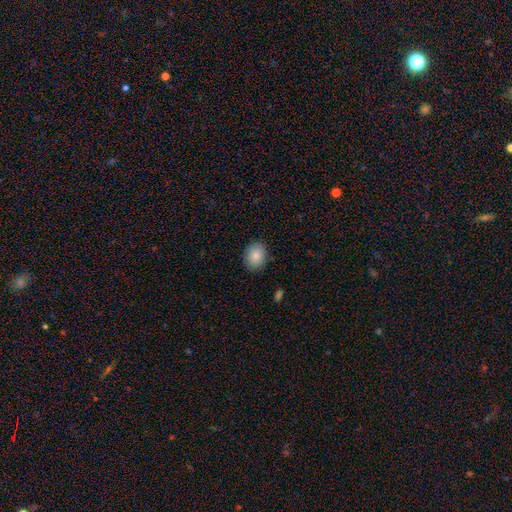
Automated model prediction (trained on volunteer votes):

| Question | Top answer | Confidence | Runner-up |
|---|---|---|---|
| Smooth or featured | smooth | 87% | star or artifact (7%) |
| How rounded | in between | 59% | round (40%) |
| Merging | none | 88% | minor disturbance (9%) |